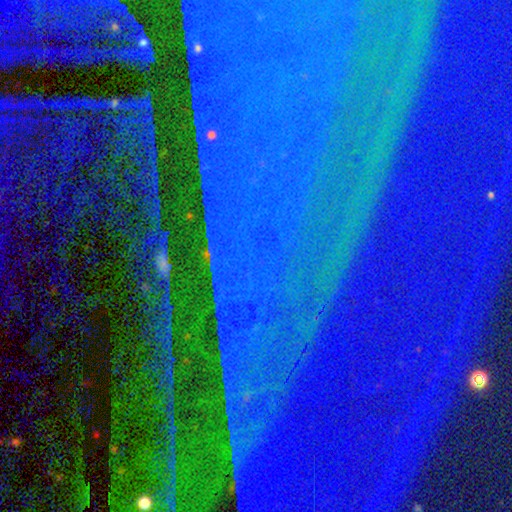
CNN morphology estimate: A star or artifact, not a galaxy (88%).